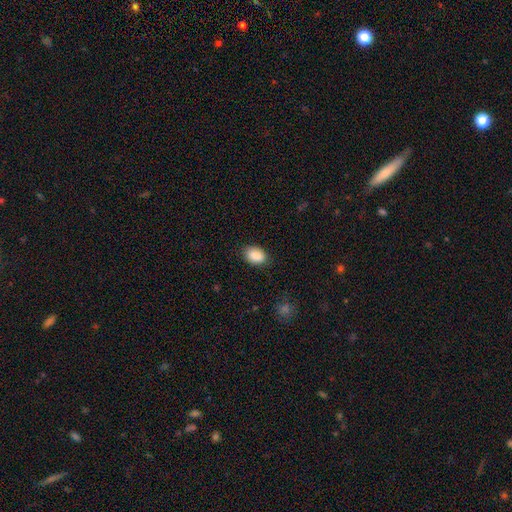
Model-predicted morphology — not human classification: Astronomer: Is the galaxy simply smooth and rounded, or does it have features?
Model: smooth — 90%.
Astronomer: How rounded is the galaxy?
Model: in between — 84%.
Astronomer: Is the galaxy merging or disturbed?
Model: none — 86%.